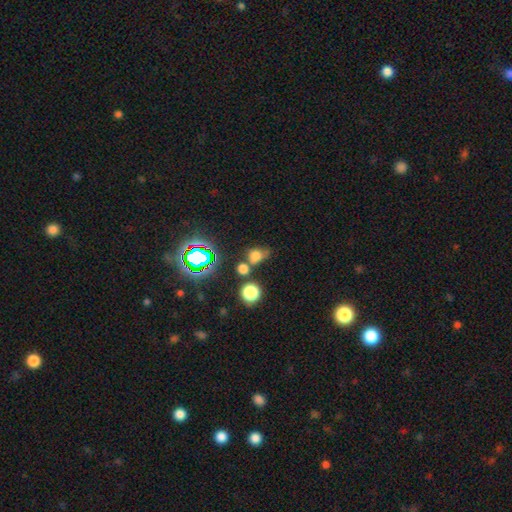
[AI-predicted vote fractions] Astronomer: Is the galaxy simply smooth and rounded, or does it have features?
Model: smooth — 65%.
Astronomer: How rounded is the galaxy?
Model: in between — 49%, tied with round at 49%.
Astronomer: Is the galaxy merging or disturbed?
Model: none — 48% (runner-up: merger, 26%).